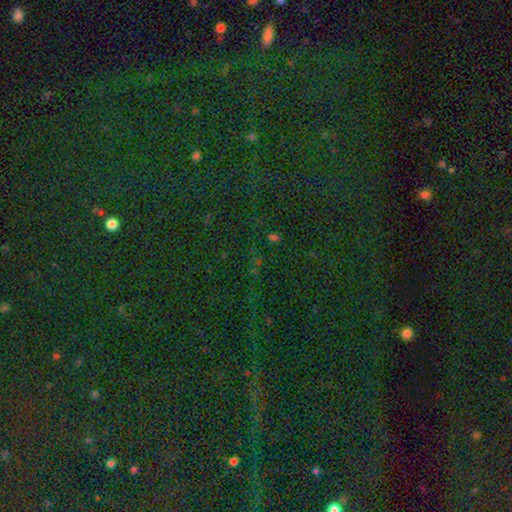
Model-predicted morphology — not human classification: A star or artifact, not a galaxy (82%).

Vote fractions:
- Smooth or featured? star or artifact: 82% / smooth: 11% / featured or disk: 7%